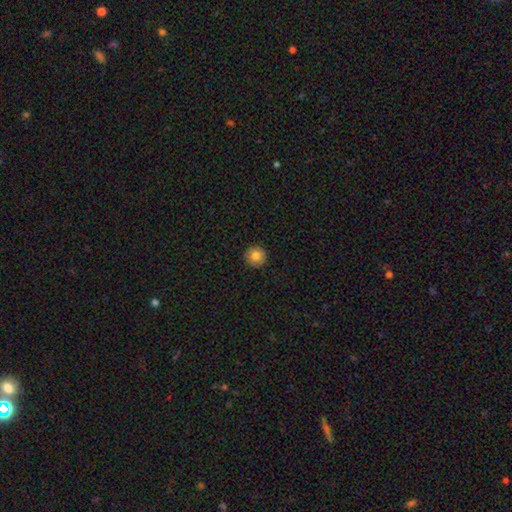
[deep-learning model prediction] Smooth or featured: smooth — 83% (star or artifact — 9%)
How rounded: round — 95% (in between — 4%)
Merging: none — 92% (minor disturbance — 5%)